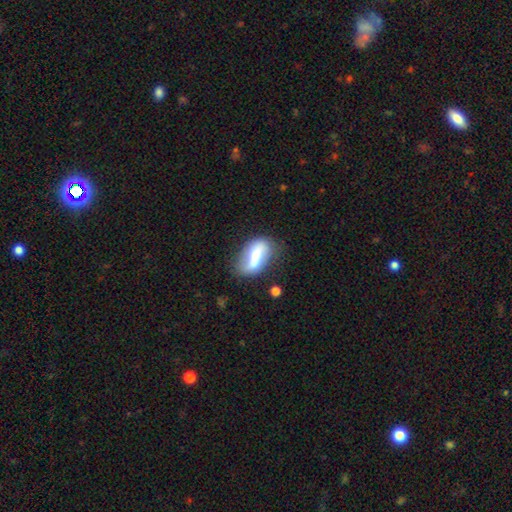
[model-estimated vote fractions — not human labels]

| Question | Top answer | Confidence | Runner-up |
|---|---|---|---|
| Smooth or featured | smooth | 50% | featured or disk (43%) |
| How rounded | in between | 83% | cigar-shaped (11%) |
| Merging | none | 63% | minor disturbance (23%) |